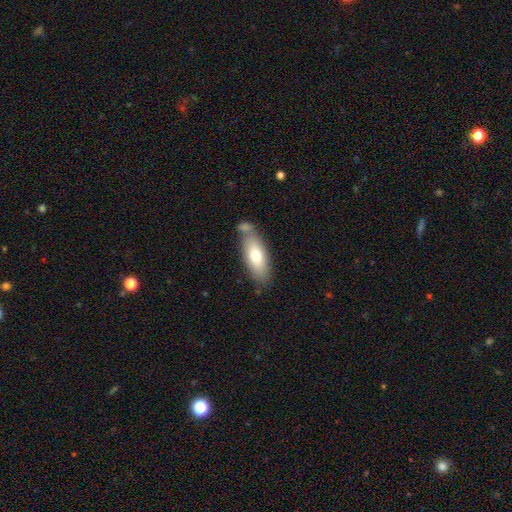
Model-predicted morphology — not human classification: smooth 69%, featured or disk 24%, star or artifact 7%. Down the decision tree: how rounded — in between (72%); merging — none (60%).